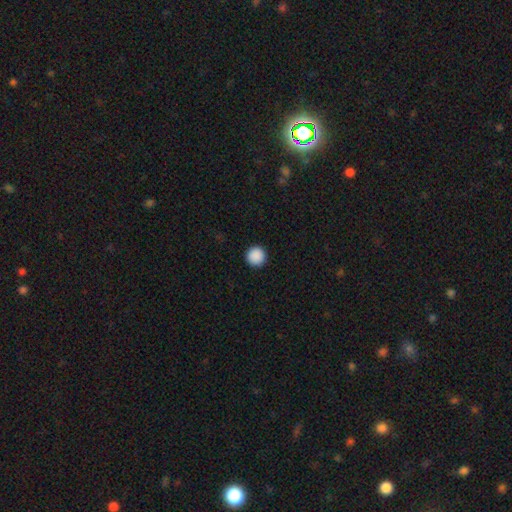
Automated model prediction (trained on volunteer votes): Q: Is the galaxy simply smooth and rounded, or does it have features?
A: smooth — 90%.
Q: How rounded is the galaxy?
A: round — 97%.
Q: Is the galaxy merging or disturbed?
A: none — 94%.